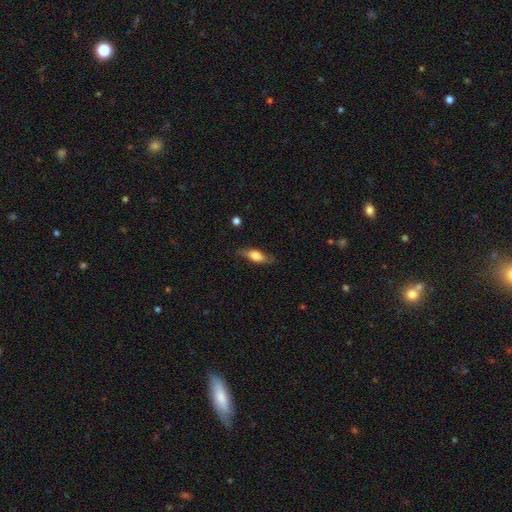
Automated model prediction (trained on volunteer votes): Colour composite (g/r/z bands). It shows a smooth galaxy with no disk features (65%) that is in between round and cigar-shaped (59%). Merging: none (79%).